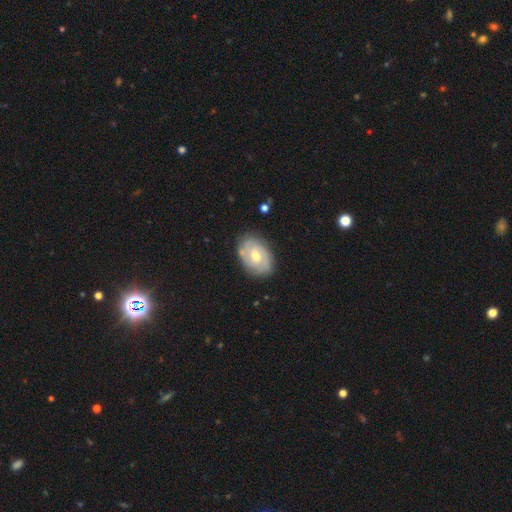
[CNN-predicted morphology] The model was most divided on "spiral arm count": 2: 40%, can't tell: 33%, 3: 16%, 4: 4%, 1: 4%, more than 4: 3%. More confident: edge-on disk — no (96%); spiral arms — yes (86%); merging — none (79%); smooth or featured — featured or disk (72%); bulge size — moderate (66%); bar — no (61%); spiral winding — tight (61%).